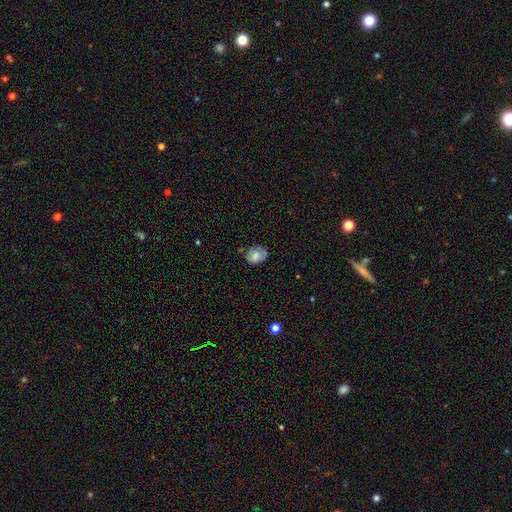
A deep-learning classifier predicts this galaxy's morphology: Smooth or featured?
  - smooth: 75% *
  - featured or disk: 16%
  - star or artifact: 9%
How rounded?
  - in between: 52% *
  - round: 47%
  - cigar-shaped: 1%
Merging?
  - none: 62% *
  - minor disturbance: 27%
  - major disturbance: 6%
  - merger: 4%